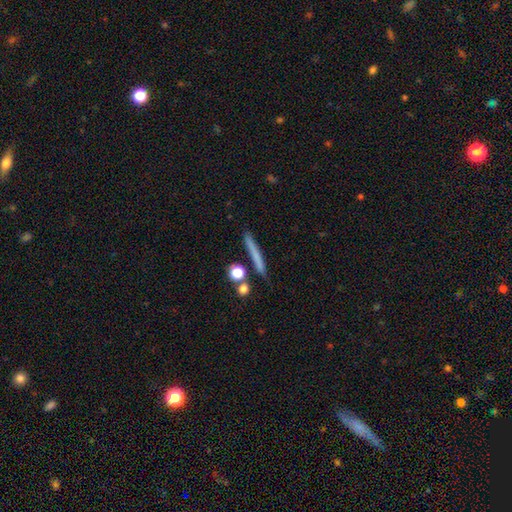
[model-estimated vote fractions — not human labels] Morphology: type=smooth (63%); roundness=cigar-shaped (87%); merging=none (80%).